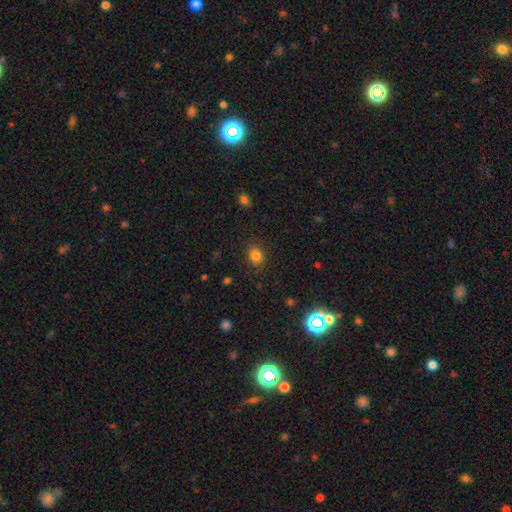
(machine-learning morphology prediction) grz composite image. It shows a smooth galaxy with no disk features (82%) that is round (62%). Merging: none (87%).